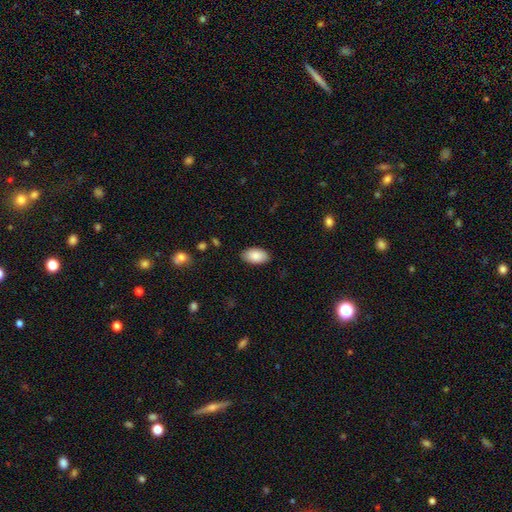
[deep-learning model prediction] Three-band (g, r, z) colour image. It shows a smooth galaxy with no disk features (87%) that is in between round and cigar-shaped (95%). Merging: none (87%).